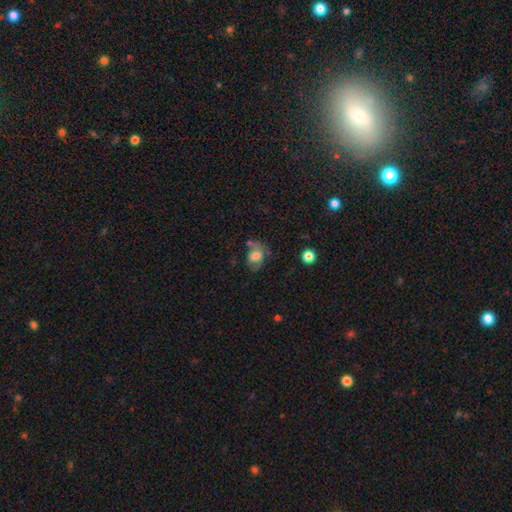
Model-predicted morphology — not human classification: A smooth galaxy with no disk features (63%) that is in between round and cigar-shaped (68%). Merging: none (43%).